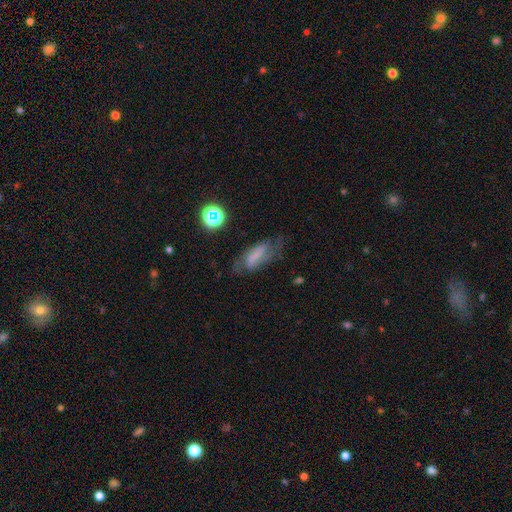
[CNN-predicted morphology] A featured or disk galaxy (47%). Merging: none (57%).